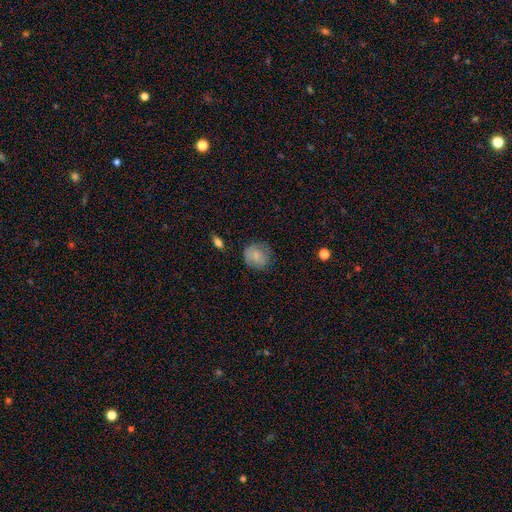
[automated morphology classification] A smooth galaxy with no disk features (77%) that is round (82%). Merging: none (72%).